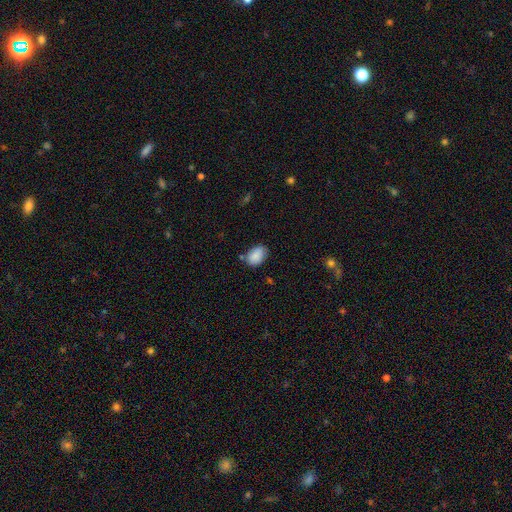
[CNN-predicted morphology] type=smooth (87%); roundness=in between (83%); merging=none (65%).